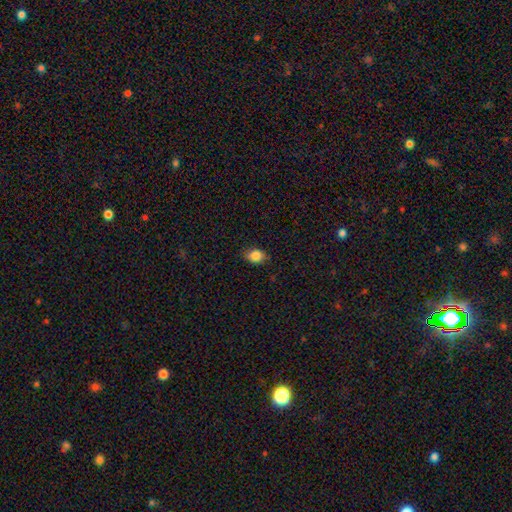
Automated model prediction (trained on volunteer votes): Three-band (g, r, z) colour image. It shows a smooth galaxy with no disk features (85%) that is in between round and cigar-shaped (60%). Merging: none (80%).